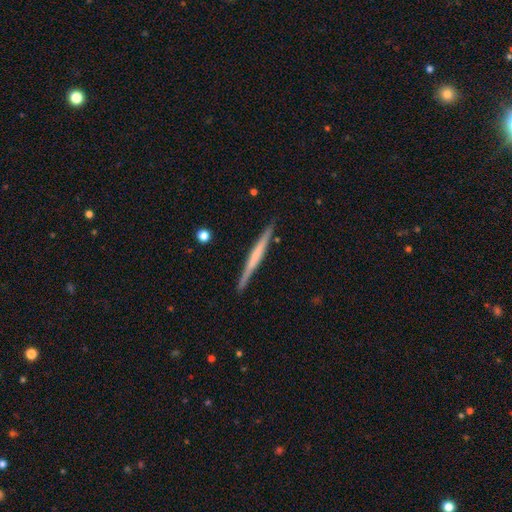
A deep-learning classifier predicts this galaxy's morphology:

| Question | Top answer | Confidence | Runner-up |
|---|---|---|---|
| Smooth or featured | featured or disk | 59% | smooth (36%) |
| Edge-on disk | yes | 98% | no (2%) |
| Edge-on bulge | none | 63% | rounded (21%) |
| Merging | none | 90% | minor disturbance (7%) |